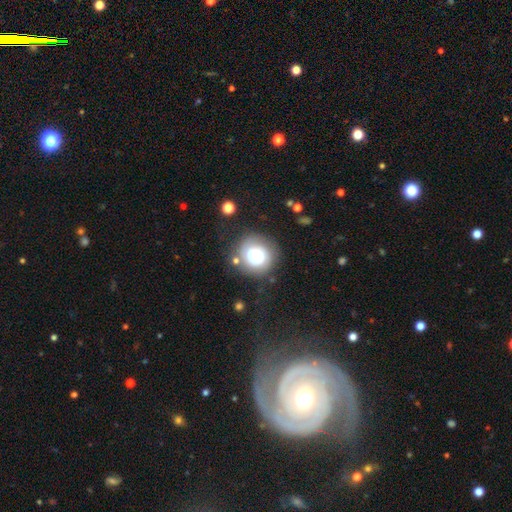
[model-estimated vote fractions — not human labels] Smooth or featured? Predicted: smooth (p=0.65). How rounded? Predicted: round (p=0.90). Merging? Predicted: none (p=0.68).